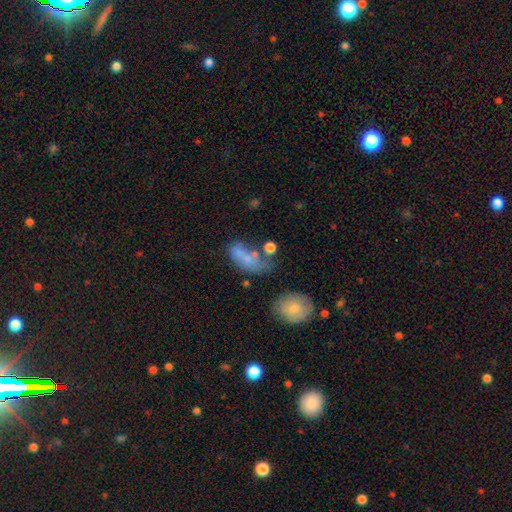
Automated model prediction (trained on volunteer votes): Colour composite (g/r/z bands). It shows a smooth galaxy with no disk features (59%) that is in between round and cigar-shaped (80%). Merging: none (33%).